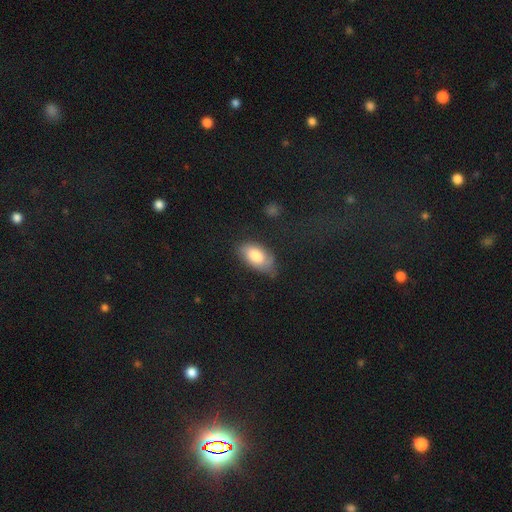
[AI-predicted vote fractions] The model was most divided on "merging": none: 55%, minor disturbance: 34%, major disturbance: 9%, merger: 2%. More confident: how rounded — in between (93%); smooth or featured — smooth (78%).